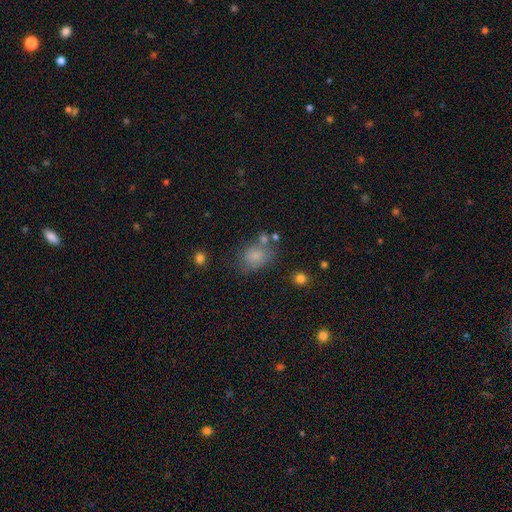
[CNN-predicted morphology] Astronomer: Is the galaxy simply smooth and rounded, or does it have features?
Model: smooth — 77%.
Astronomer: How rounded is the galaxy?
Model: in between — 67%.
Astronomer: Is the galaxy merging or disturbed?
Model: none — 55%.